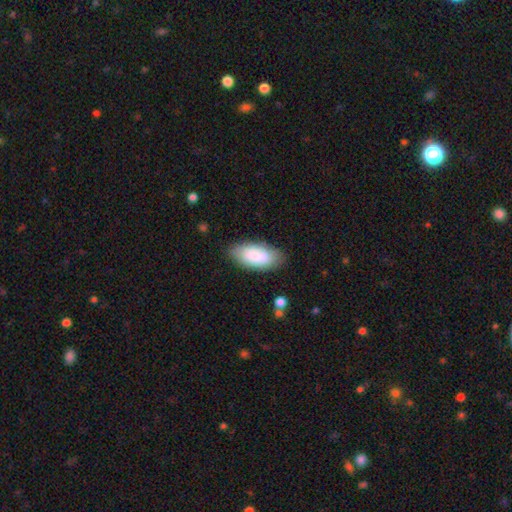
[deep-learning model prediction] Overall: smooth (83%). How rounded: in between (92%). Merging: none (79%).